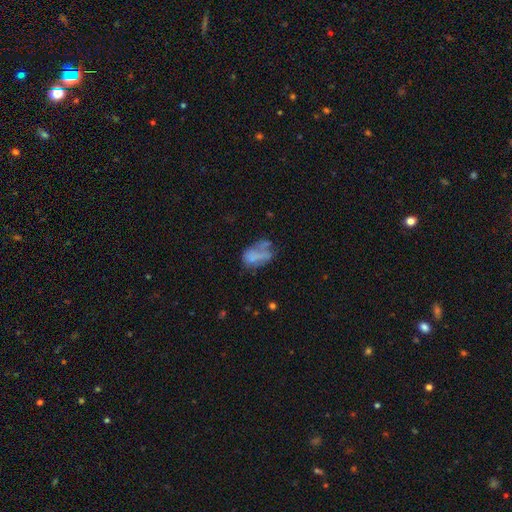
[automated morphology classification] Smooth or featured: smooth — 58% (featured or disk — 29%)
How rounded: in between — 82% (round — 16%)
Merging: none — 29% (major disturbance — 28%)